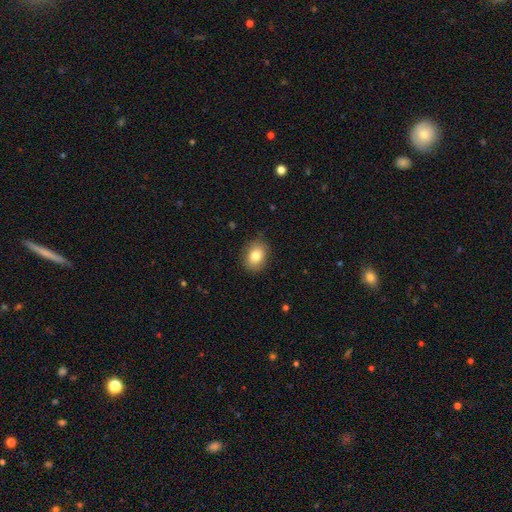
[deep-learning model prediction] The model was most divided on "how rounded": in between: 64%, round: 35%, cigar-shaped: 1%. More confident: merging — none (85%); smooth or featured — smooth (82%).